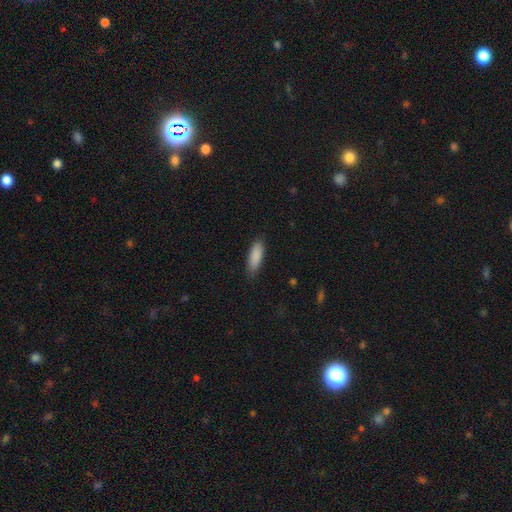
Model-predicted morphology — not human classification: smooth-or-featured: smooth: 89% | star or artifact: 6% | featured or disk: 5%
  how-rounded: in between: 57% | cigar-shaped: 42% | round: 2%
  merging: none: 83% | minor disturbance: 14% | major disturbance: 2% | merger: 1%